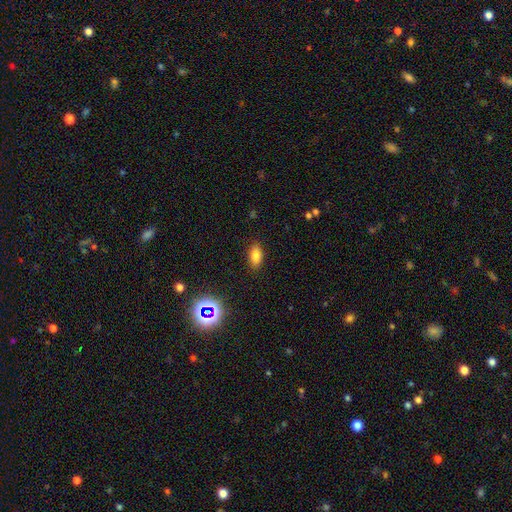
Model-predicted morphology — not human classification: Smooth or featured?
  - smooth: 78% *
  - star or artifact: 13%
  - featured or disk: 9%
How rounded?
  - in between: 88% *
  - round: 7%
  - cigar-shaped: 6%
Merging?
  - none: 87% *
  - minor disturbance: 9%
  - major disturbance: 3%
  - merger: 1%